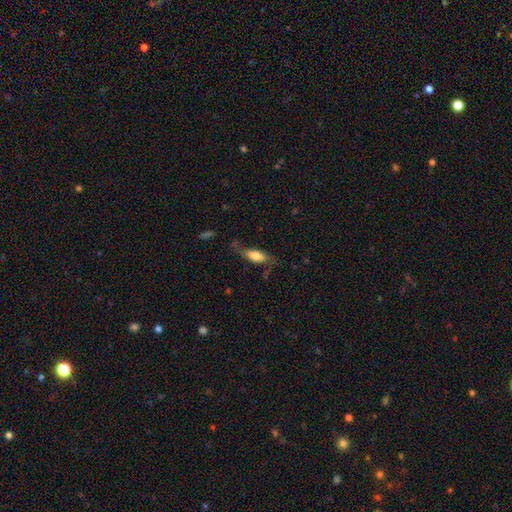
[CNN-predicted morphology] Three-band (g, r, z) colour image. It shows a smooth galaxy with no disk features (68%) that is in between round and cigar-shaped (69%). Merging: none (57%).